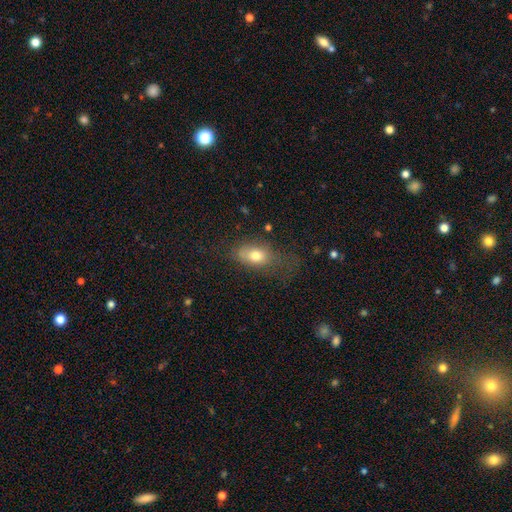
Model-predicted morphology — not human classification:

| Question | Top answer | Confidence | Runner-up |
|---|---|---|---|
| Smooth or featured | smooth | 73% | featured or disk (17%) |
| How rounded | in between | 82% | round (15%) |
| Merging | none | 45% | minor disturbance (26%) |